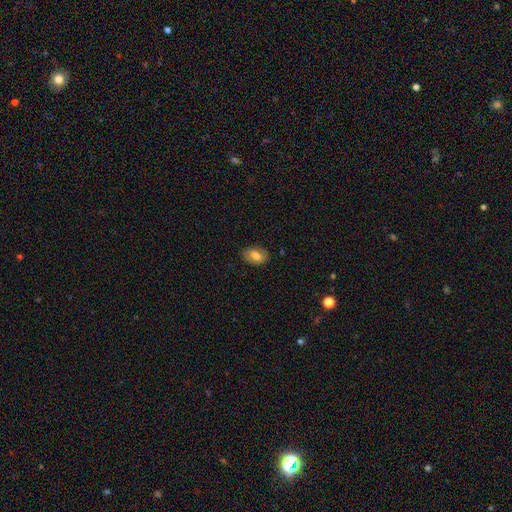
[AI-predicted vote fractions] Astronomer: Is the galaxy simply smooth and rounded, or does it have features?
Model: smooth — 74%.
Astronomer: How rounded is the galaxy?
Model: in between — 87%.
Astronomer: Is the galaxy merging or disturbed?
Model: none — 79%.